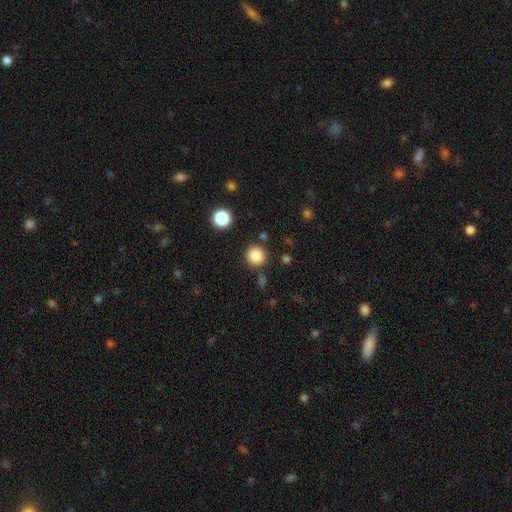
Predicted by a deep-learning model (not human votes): Overall: smooth (85%). How rounded: round (94%). Merging: none (86%).